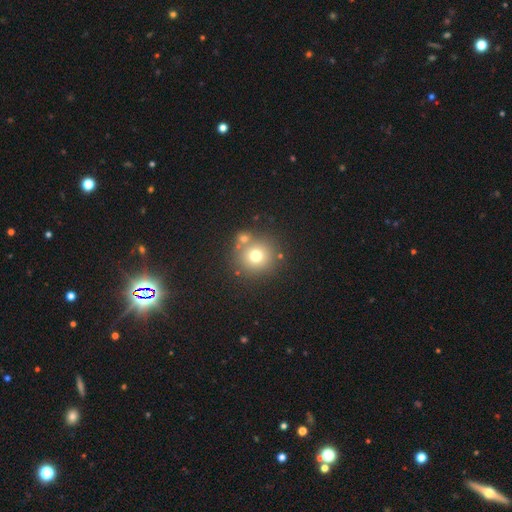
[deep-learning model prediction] A smooth galaxy with no disk features (71%) that is round (92%).

Vote fractions:
- Smooth or featured? smooth: 71% / star or artifact: 15% / featured or disk: 14%
- How rounded? round: 92% / in between: 7% / cigar-shaped: 1%
- Merging? none: 73% / merger: 15% / minor disturbance: 8% / major disturbance: 3%